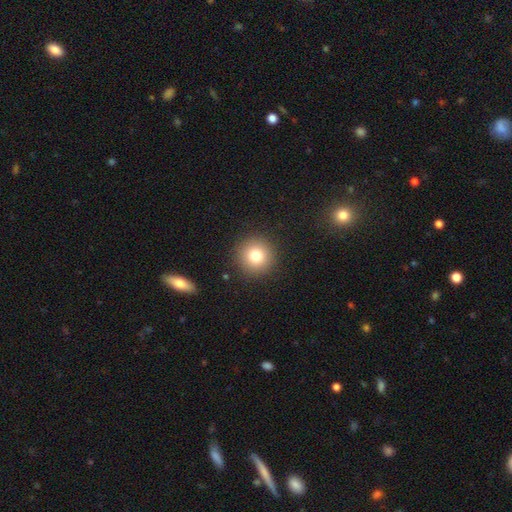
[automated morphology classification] Q: Smooth or featured?
A: smooth (79%); runner-up: star or artifact (12%)
Q: How rounded?
A: round (95%); runner-up: in between (4%)
Q: Merging?
A: none (91%); runner-up: minor disturbance (6%)